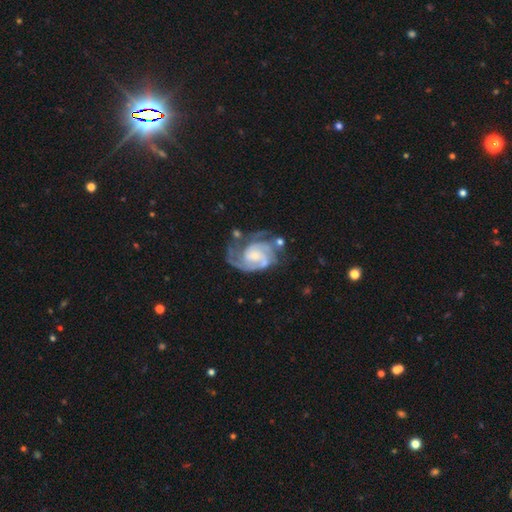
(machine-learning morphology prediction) This is clearly a featured or disk galaxy (89%). It is clearly not viewed edge-on (98%). Bar: possibly no (57%). Spiral arm pattern: clearly yes (97%). Spiral arm count: possibly 2 (47%). Spiral winding: possibly tight (49%). Central bulge: possibly small (52%). Merging: possibly none (50%).